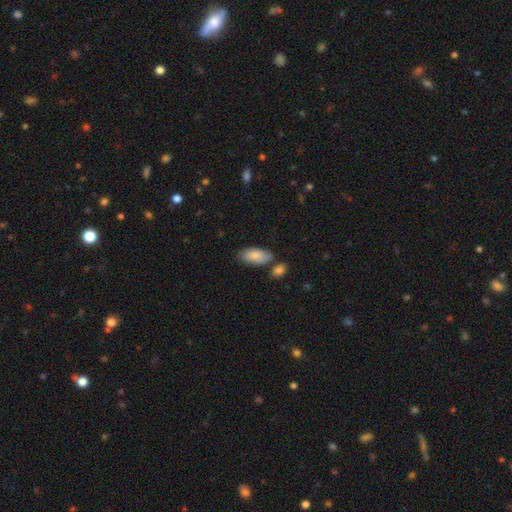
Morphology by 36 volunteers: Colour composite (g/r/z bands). It shows a smooth galaxy with no disk features (83%) that is in between round and cigar-shaped (100%). Merging: none (74%).